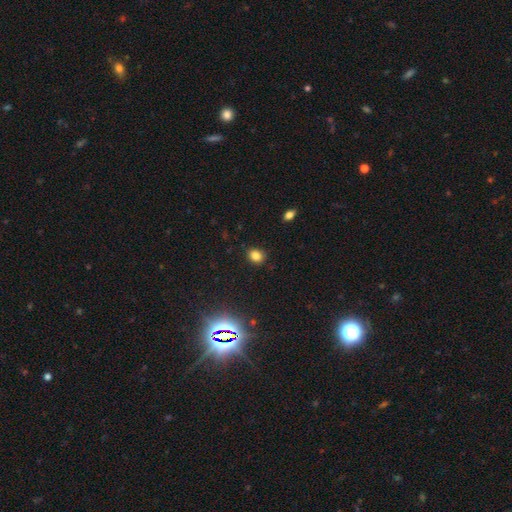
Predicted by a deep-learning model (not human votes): Smooth or featured? smooth (81%)
How rounded? round (60%)
Merging? none (87%)